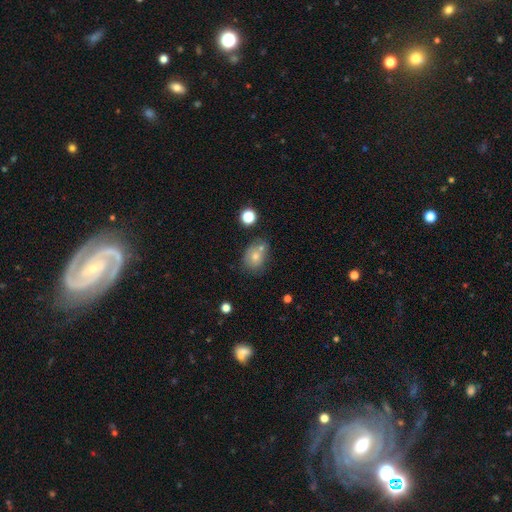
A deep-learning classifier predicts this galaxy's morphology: smooth 71%, featured or disk 18%, star or artifact 11%. Down the decision tree: how rounded — in between (52%); merging — none (51%).